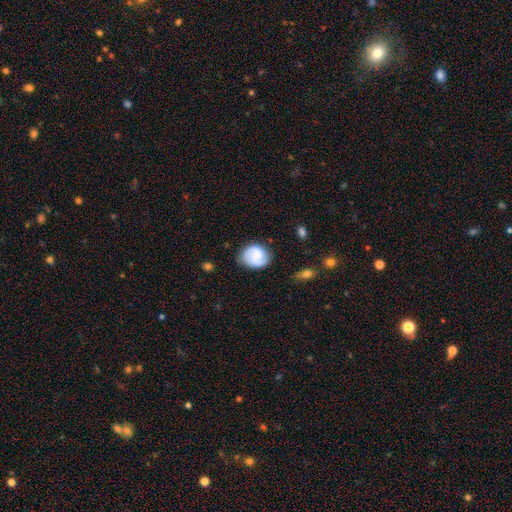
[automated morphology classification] Q: Smooth or featured?
A: featured or disk (52%); runner-up: smooth (40%)
Q: Edge-on disk?
A: no (98%); runner-up: yes (2%)
Q: Bar?
A: no (50%); runner-up: weak (42%)
Q: Spiral arms?
A: yes (89%); runner-up: no (11%)
Q: Bulge size?
A: small (33%); runner-up: none (29%)
Q: Merging?
A: none (74%); runner-up: minor disturbance (19%)